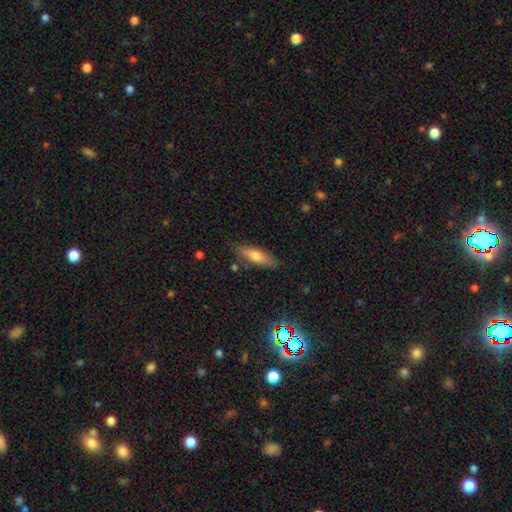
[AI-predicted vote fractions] Smooth or featured? smooth (60%)
How rounded? cigar-shaped (58%)
Merging? none (82%)